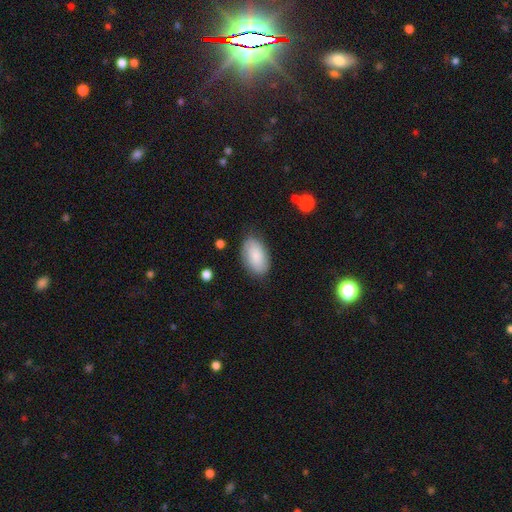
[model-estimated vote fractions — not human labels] A smooth galaxy with no disk features (85%) that is in between round and cigar-shaped (94%). Merging: none (82%).